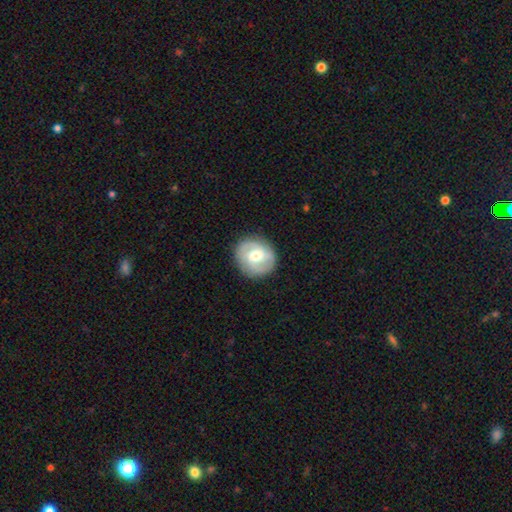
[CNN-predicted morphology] Overall: featured or disk (61%; smooth 33%). Edge-on disk: no (97%). Bar: weak (45%; no 41%). Spiral arms: yes (79%). Bulge size: moderate (75%). Merging: none (86%).